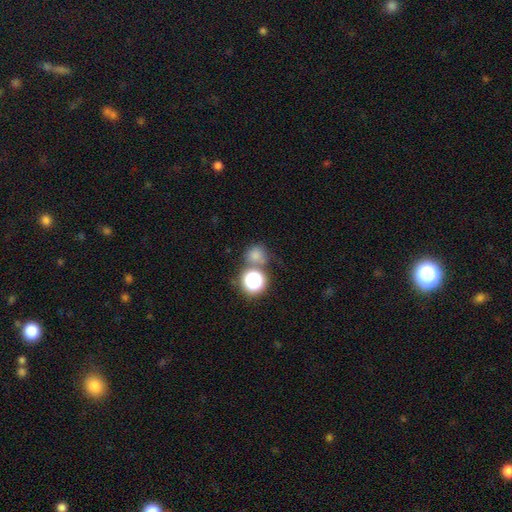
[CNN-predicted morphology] Smooth or featured? smooth (71%)
How rounded? round (85%)
Merging? none (59%)